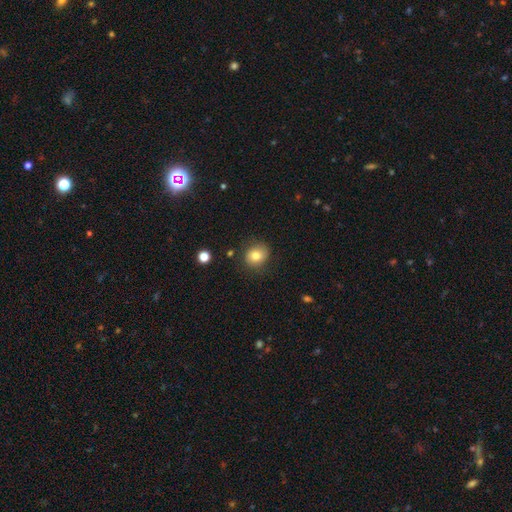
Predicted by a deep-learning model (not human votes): Smooth or featured? Predicted: smooth (p=0.79). How rounded? Predicted: round (p=0.72). Merging? Predicted: none (p=0.77).